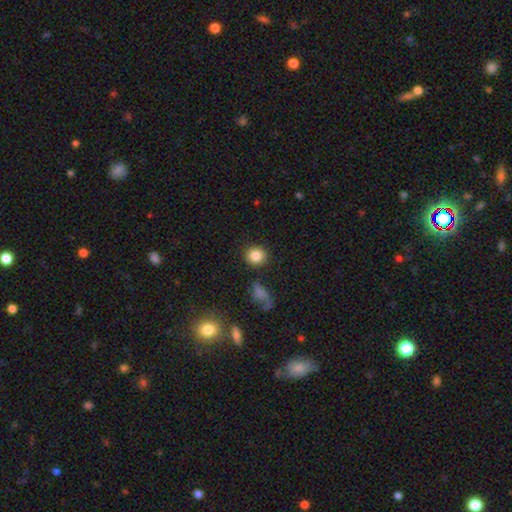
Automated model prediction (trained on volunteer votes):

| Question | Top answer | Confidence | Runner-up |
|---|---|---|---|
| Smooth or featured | smooth | 85% | star or artifact (9%) |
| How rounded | round | 87% | in between (12%) |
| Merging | none | 85% | minor disturbance (7%) |